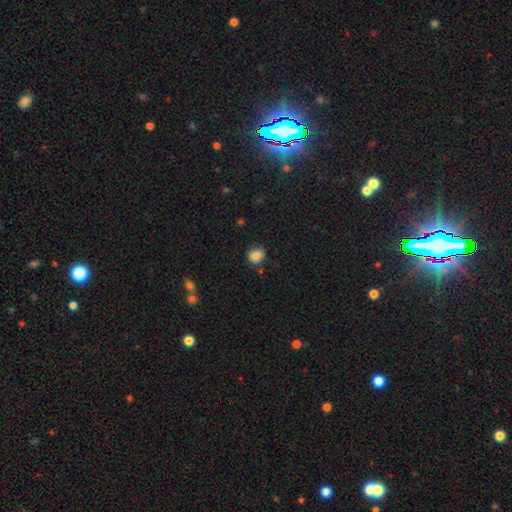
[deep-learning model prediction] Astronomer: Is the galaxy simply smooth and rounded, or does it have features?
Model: smooth — 85%.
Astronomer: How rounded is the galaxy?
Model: round — 68%.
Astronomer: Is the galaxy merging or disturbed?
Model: none — 81%.